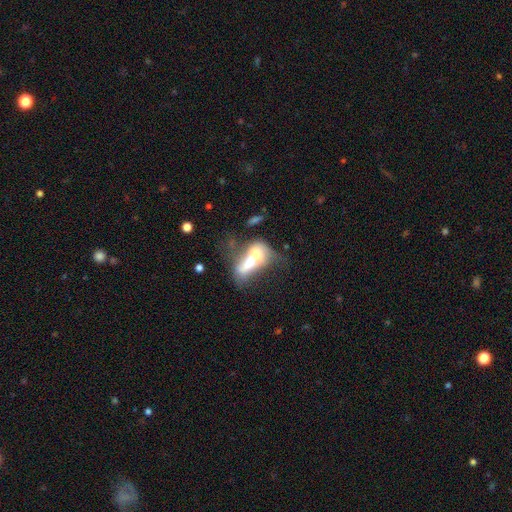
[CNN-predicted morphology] The model was most divided on "smooth or featured": smooth: 45%, featured or disk: 44%, star or artifact: 10%. More confident: merging — merger (58%).